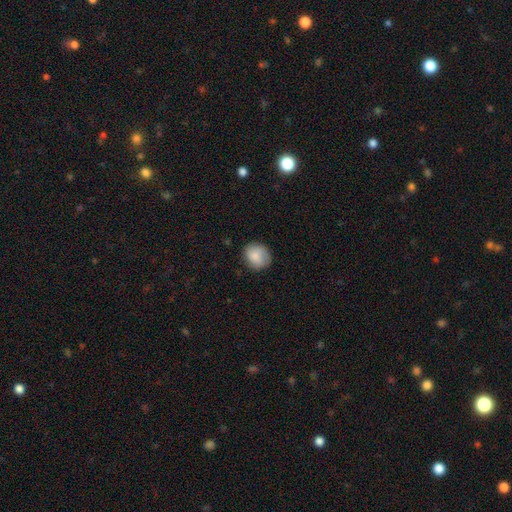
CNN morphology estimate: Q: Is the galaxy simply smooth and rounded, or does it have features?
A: smooth — 85%.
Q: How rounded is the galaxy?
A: round — 75%.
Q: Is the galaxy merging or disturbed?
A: none — 80%.